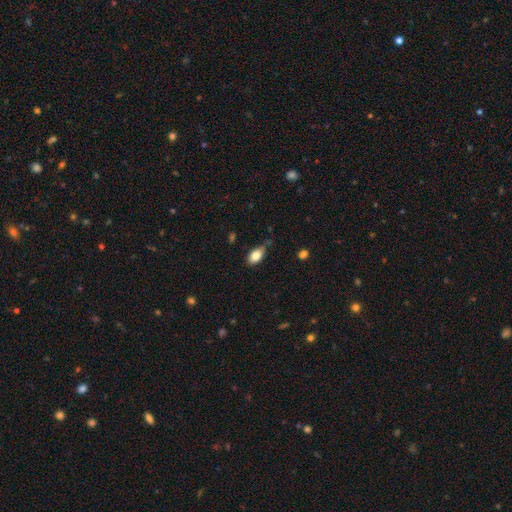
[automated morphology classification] Smooth or featured? Predicted: smooth (p=0.81). How rounded? Predicted: in between (p=0.88). Merging? Predicted: none (p=0.59).